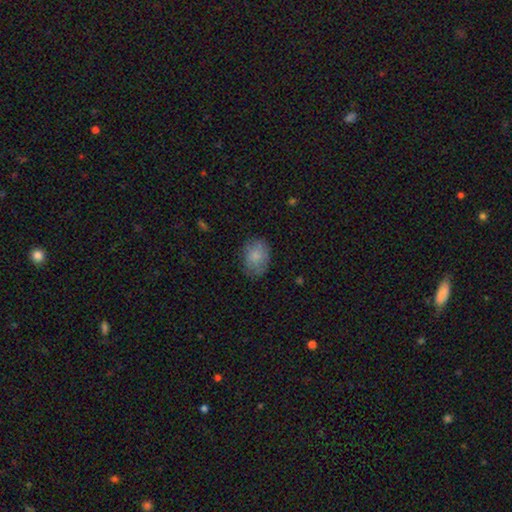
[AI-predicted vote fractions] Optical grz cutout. It shows a smooth galaxy with no disk features (79%) that is in between round and cigar-shaped (69%). Merging: none (73%).